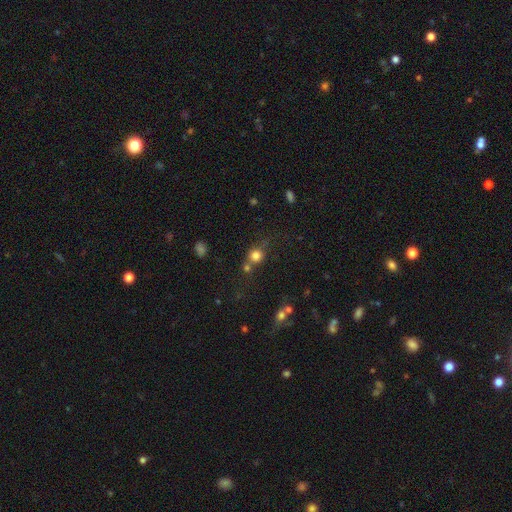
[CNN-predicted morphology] The model was most divided on "merging": none: 57%, merger: 25%, minor disturbance: 12%, major disturbance: 6%. More confident: how rounded — round (86%); smooth or featured — smooth (78%).